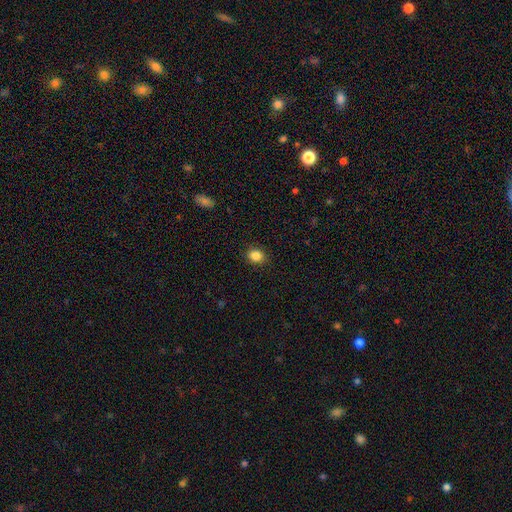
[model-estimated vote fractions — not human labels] Smooth or featured? smooth (86%)
How rounded? round (62%)
Merging? none (89%)